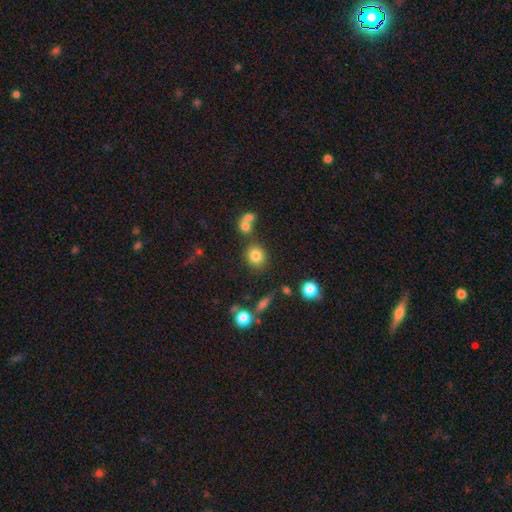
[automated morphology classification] smooth_or_featured: smooth (p=0.80) [alt: star or artifact p=0.13]
how_rounded: round (p=0.81) [alt: in between p=0.18]
merging: none (p=0.75) [alt: merger p=0.11]